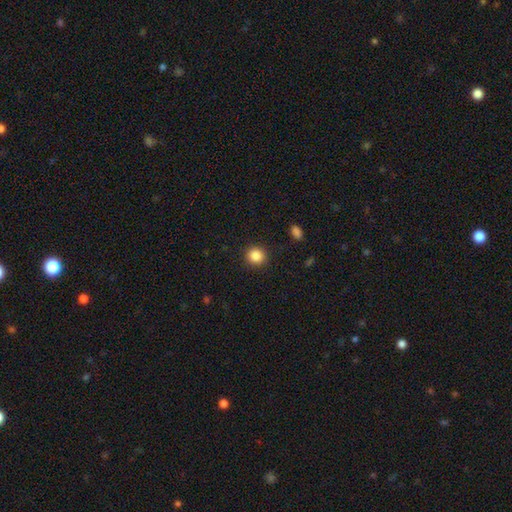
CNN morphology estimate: smooth 86%, star or artifact 10%, featured or disk 4%. Down the decision tree: how rounded — round (89%); merging — none (90%).